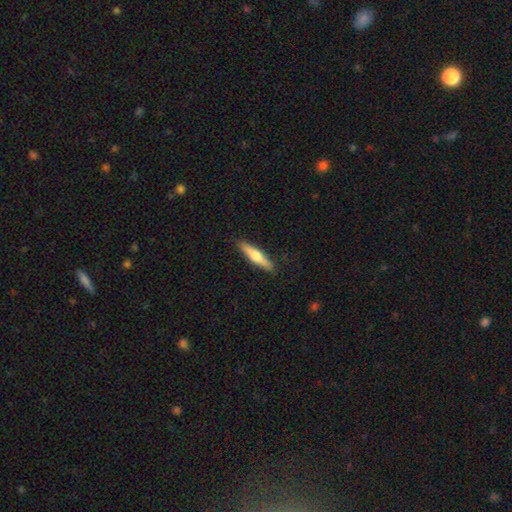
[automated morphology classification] Smooth or featured: smooth — 55% (featured or disk — 40%)
How rounded: cigar-shaped — 83% (in between — 15%)
Merging: none — 89% (minor disturbance — 9%)